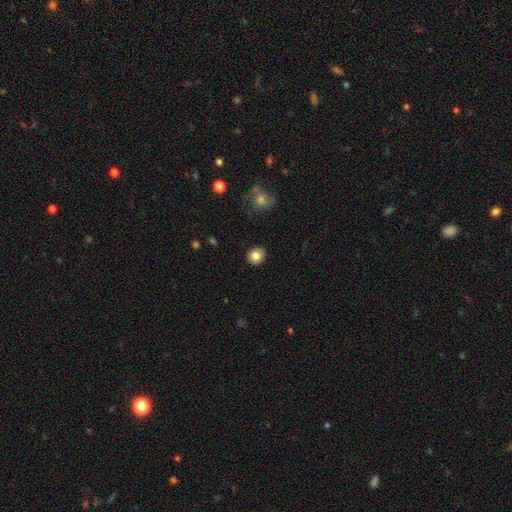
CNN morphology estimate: Q: Smooth or featured?
A: smooth (83%); runner-up: star or artifact (9%)
Q: How rounded?
A: round (87%); runner-up: in between (12%)
Q: Merging?
A: none (91%); runner-up: minor disturbance (6%)